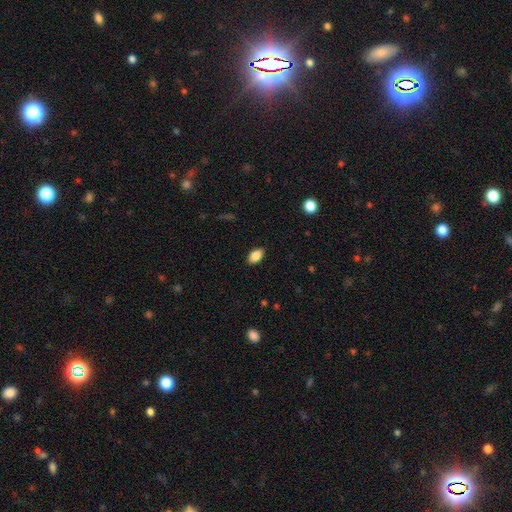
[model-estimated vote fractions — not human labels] A smooth galaxy with no disk features (87%) that is in between round and cigar-shaped (90%).

Vote fractions:
- Smooth or featured? smooth: 87% / star or artifact: 8% / featured or disk: 5%
- How rounded? in between: 90% / round: 8% / cigar-shaped: 2%
- Merging? none: 88% / minor disturbance: 9% / major disturbance: 2% / merger: 1%